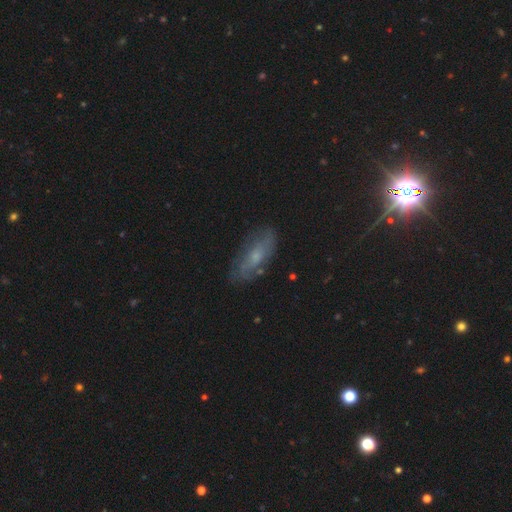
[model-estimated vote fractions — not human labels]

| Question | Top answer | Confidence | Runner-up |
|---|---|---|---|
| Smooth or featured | featured or disk | 50% | smooth (38%) |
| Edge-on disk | no | 81% | yes (19%) |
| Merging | none | 72% | minor disturbance (19%) |